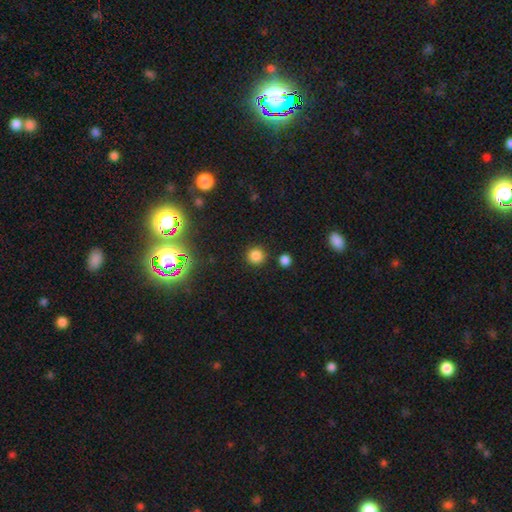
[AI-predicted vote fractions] Q: Smooth or featured?
A: smooth (82%); runner-up: star or artifact (14%)
Q: How rounded?
A: round (94%); runner-up: in between (5%)
Q: Merging?
A: none (88%); runner-up: minor disturbance (6%)